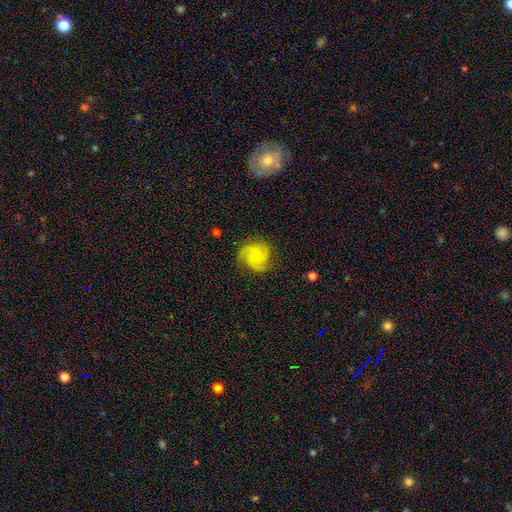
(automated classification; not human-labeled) Q: Smooth or featured?
A: featured or disk (62%); runner-up: smooth (30%)
Q: Edge-on disk?
A: no (98%); runner-up: yes (2%)
Q: Bar?
A: no (76%); runner-up: weak (22%)
Q: Spiral arms?
A: yes (95%); runner-up: no (5%)
Q: Spiral winding?
A: medium (46%); runner-up: tight (39%)
Q: Spiral arm count?
A: 3 (48%); runner-up: 2 (27%)
Q: Bulge size?
A: small (51%); runner-up: moderate (30%)
Q: Merging?
A: none (75%); runner-up: minor disturbance (17%)